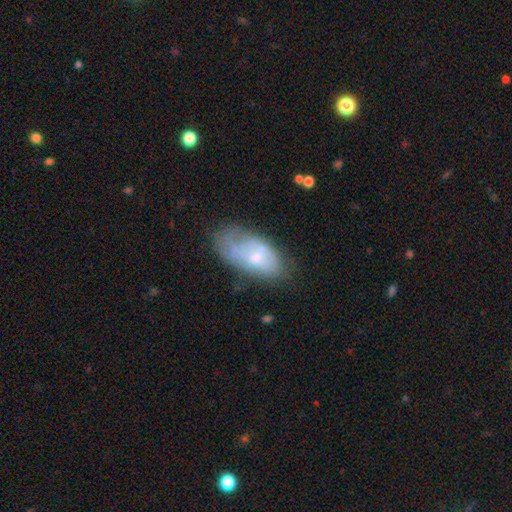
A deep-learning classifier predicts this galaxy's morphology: smooth_or_featured: smooth (p=0.52) [alt: featured or disk p=0.41]
how_rounded: in between (p=0.92) [alt: cigar-shaped p=0.04]
merging: none (p=0.41) [alt: minor disturbance p=0.32]